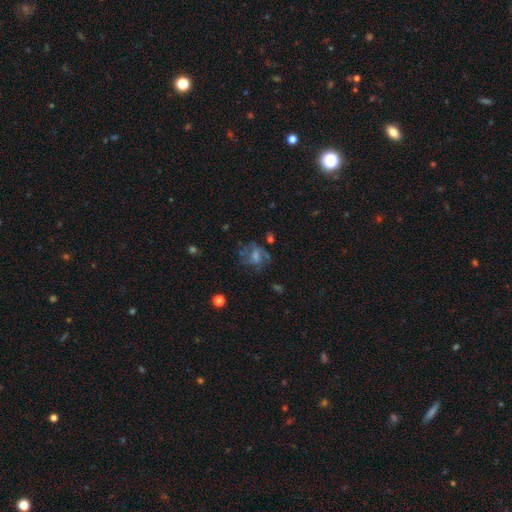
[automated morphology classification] This is possibly a featured or disk galaxy (56%). It is clearly not viewed edge-on (96%). Bar: possibly no (47%). Spiral arm pattern: likely yes (71%). Central bulge: marginally moderate (41%). Merging: possibly none (59%).